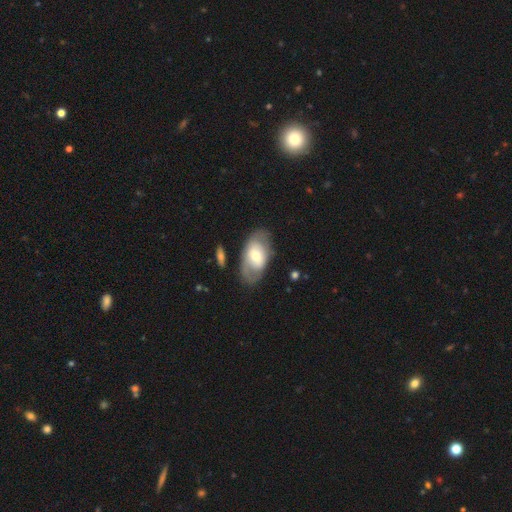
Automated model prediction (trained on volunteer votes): Smooth or featured: smooth — 48% (featured or disk — 46%)
Merging: none — 67% (minor disturbance — 20%)